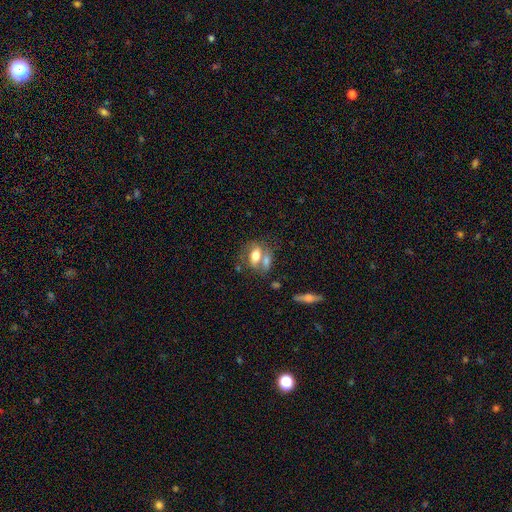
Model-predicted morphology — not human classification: Q: Smooth or featured?
A: smooth (62%); runner-up: featured or disk (30%)
Q: How rounded?
A: in between (76%); runner-up: round (14%)
Q: Merging?
A: none (40%); runner-up: merger (39%)